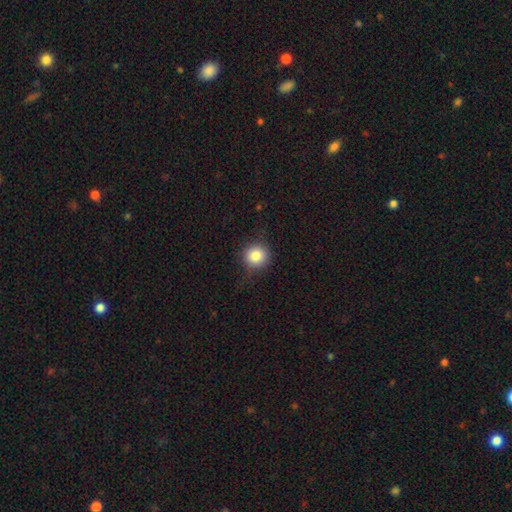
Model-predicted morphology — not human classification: smooth 83%, star or artifact 10%, featured or disk 7%. Down the decision tree: how rounded — round (93%); merging — none (79%).